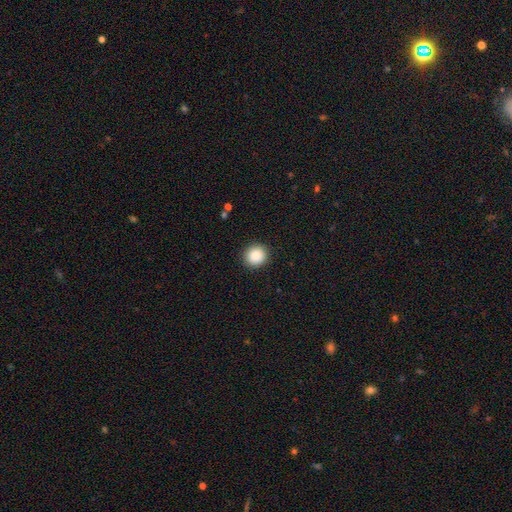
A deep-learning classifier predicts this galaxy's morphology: Smooth or featured? Predicted: smooth (p=0.88). How rounded? Predicted: round (p=0.90). Merging? Predicted: none (p=0.91).